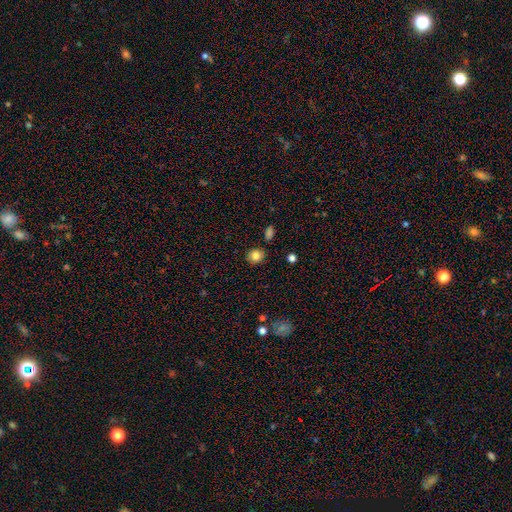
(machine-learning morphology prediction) smooth 83%, star or artifact 10%, featured or disk 6%. Down the decision tree: how rounded — round (77%); merging — none (86%).